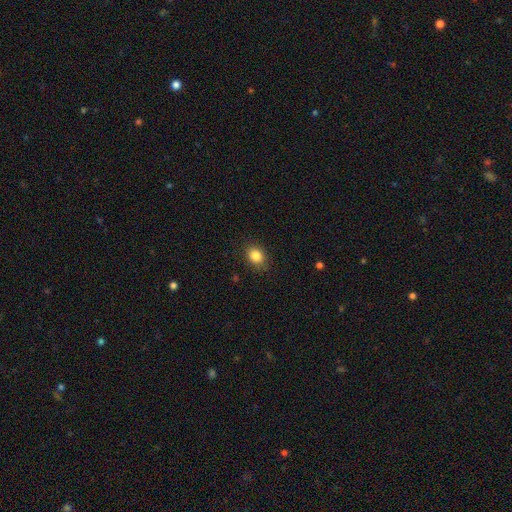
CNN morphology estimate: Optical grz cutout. It shows a smooth galaxy with no disk features (85%) that is in between round and cigar-shaped (52%). Merging: none (85%).